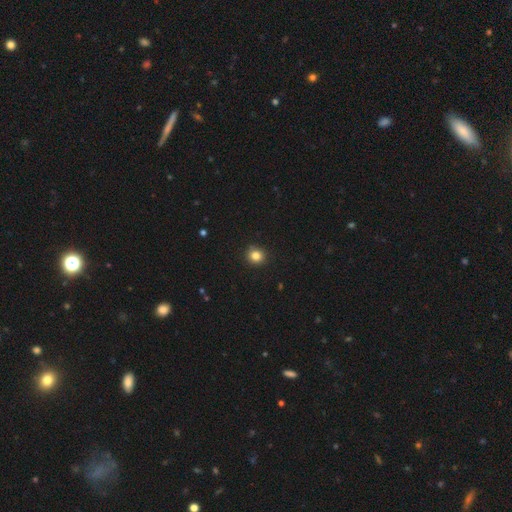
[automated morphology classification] A smooth galaxy with no disk features (83%) that is round (88%).

Vote fractions:
- Smooth or featured? smooth: 83% / star or artifact: 12% / featured or disk: 5%
- How rounded? round: 88% / in between: 11% / cigar-shaped: 1%
- Merging? none: 90% / minor disturbance: 8% / major disturbance: 2% / merger: 1%